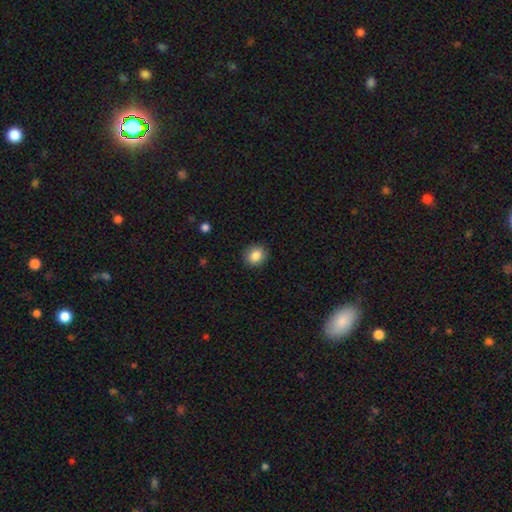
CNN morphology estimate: type=smooth (87%); roundness=round (69%); merging=none (88%).